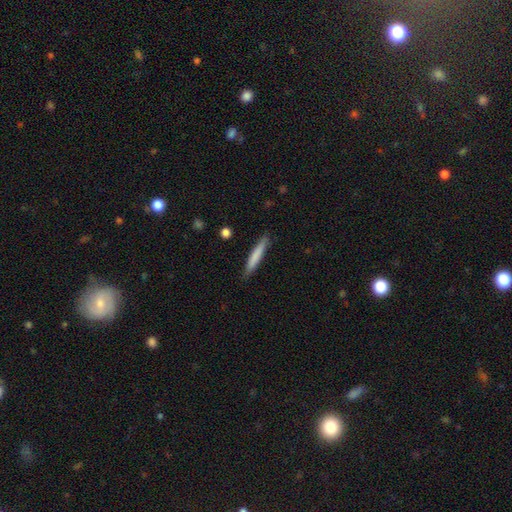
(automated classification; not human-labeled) Smooth or featured? smooth (76%)
How rounded? cigar-shaped (94%)
Merging? none (87%)